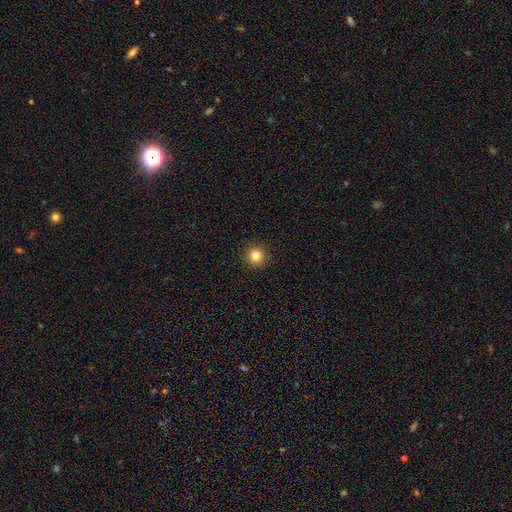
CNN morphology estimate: smooth_or_featured: smooth (p=0.82) [alt: star or artifact p=0.13]
how_rounded: round (p=0.96) [alt: in between p=0.03]
merging: none (p=0.93) [alt: minor disturbance p=0.04]